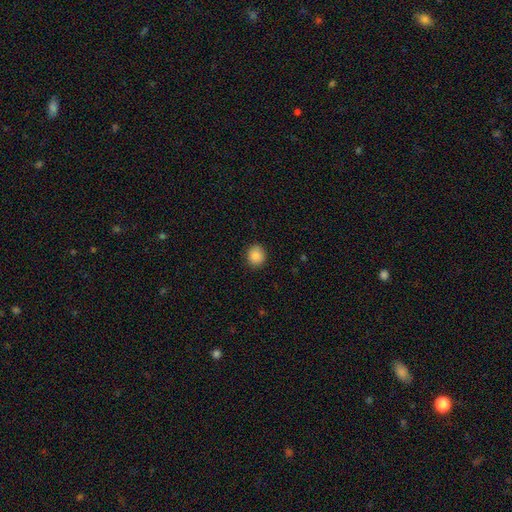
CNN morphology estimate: smooth-or-featured: smooth: 87% | star or artifact: 9% | featured or disk: 4%
  how-rounded: round: 80% | in between: 19% | cigar-shaped: 1%
  merging: none: 90% | minor disturbance: 7% | major disturbance: 2% | merger: 1%